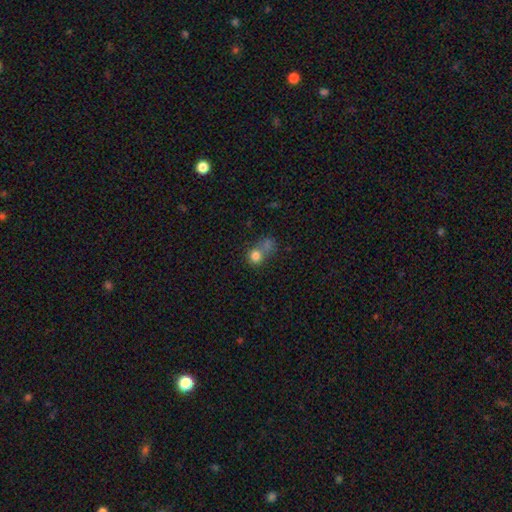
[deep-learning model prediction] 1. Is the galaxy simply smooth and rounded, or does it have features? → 76% smooth, 13% star or artifact, 11% featured or disk.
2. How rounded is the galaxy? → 74% round, 24% in between, 1% cigar-shaped.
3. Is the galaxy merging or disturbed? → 42% merger, 34% none, 13% minor disturbance, 11% major disturbance.